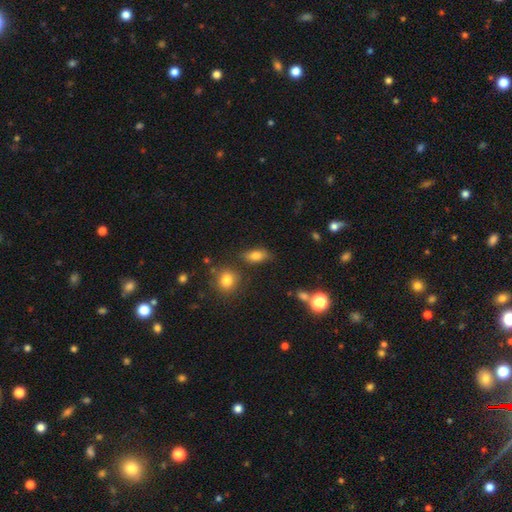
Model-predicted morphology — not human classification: Smooth or featured? smooth (78%)
How rounded? in between (83%)
Merging? none (77%)